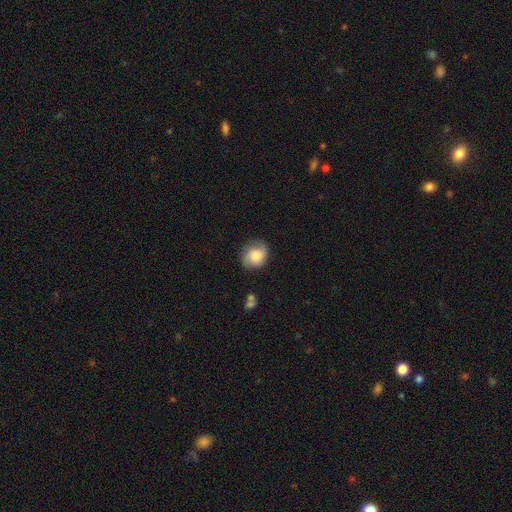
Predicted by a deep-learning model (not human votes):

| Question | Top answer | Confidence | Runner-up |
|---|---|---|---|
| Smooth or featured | smooth | 49% | featured or disk (42%) |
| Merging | none | 71% | minor disturbance (20%) |